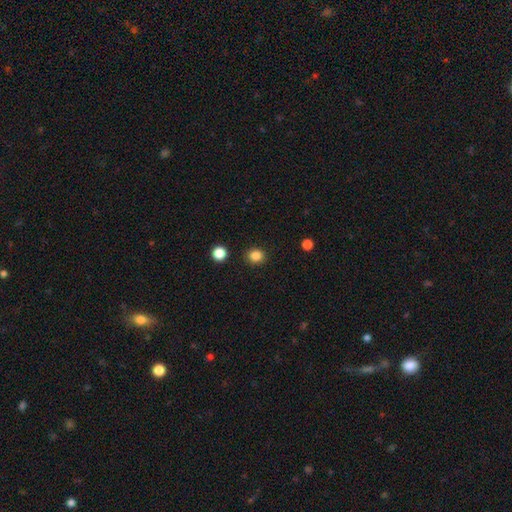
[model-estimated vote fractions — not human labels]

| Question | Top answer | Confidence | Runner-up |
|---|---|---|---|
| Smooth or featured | smooth | 85% | star or artifact (12%) |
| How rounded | round | 84% | in between (16%) |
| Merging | none | 91% | minor disturbance (6%) |